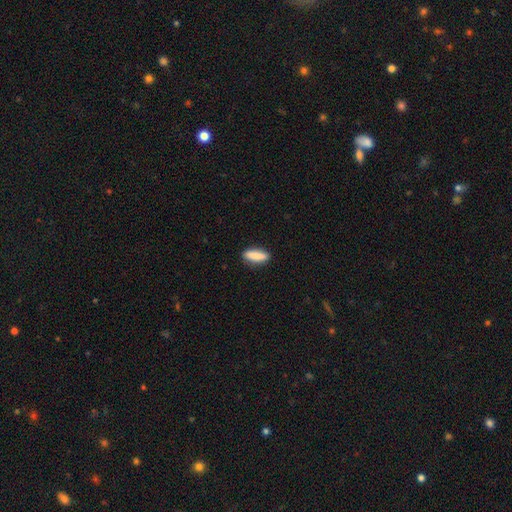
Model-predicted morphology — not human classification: smooth 86%, featured or disk 8%, star or artifact 6%. Down the decision tree: how rounded — in between (50%); merging — none (88%).